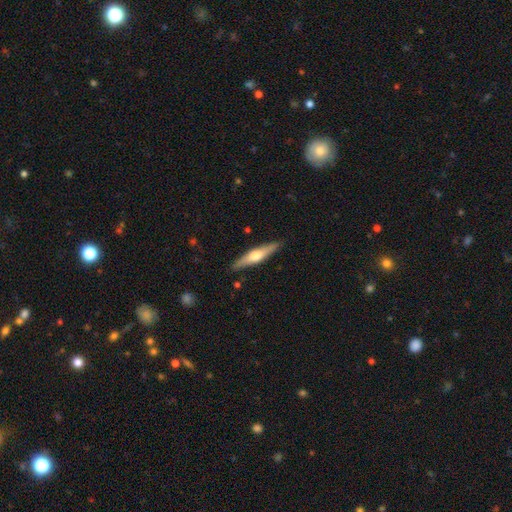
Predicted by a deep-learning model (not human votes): This is possibly a featured or disk galaxy (56%). It is clearly viewed edge-on (95%). Edge-on bulge: clearly rounded (91%). Merging: clearly none (88%).